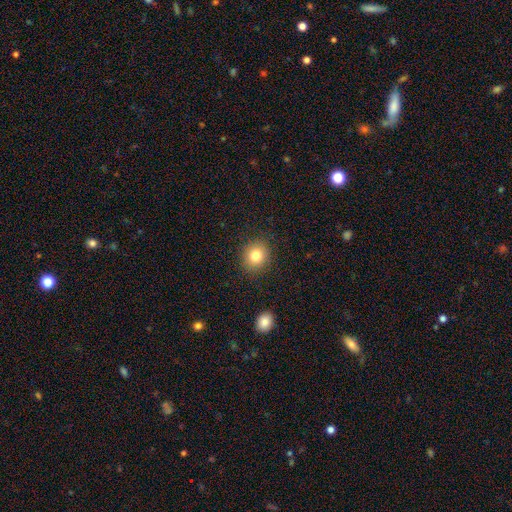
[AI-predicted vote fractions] smooth-or-featured: smooth: 81% | star or artifact: 10% | featured or disk: 9%
  how-rounded: round: 79% | in between: 20% | cigar-shaped: 1%
  merging: none: 88% | minor disturbance: 8% | major disturbance: 3% | merger: 2%